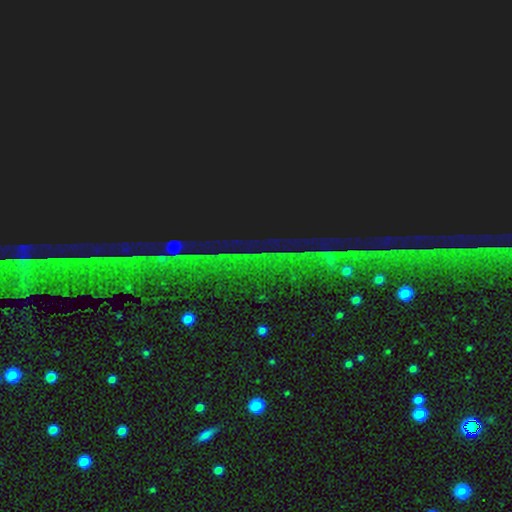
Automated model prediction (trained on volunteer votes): The model was most divided on "smooth or featured": star or artifact: 87%, featured or disk: 7%, smooth: 6%.